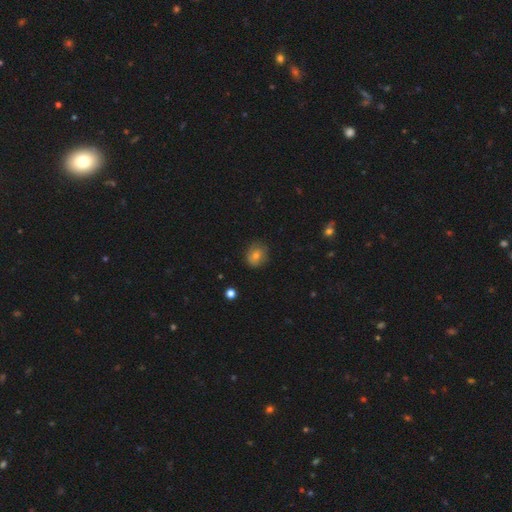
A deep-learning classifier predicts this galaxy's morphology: Smooth or featured?
  - smooth: 63% *
  - featured or disk: 25%
  - star or artifact: 12%
How rounded?
  - round: 74% *
  - in between: 25%
  - cigar-shaped: 1%
Merging?
  - none: 79% *
  - minor disturbance: 16%
  - major disturbance: 4%
  - merger: 1%